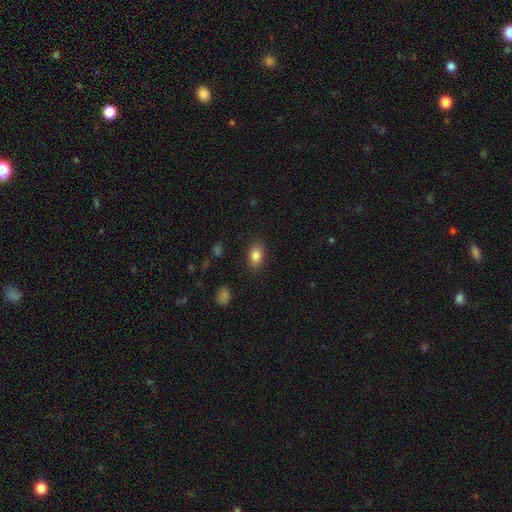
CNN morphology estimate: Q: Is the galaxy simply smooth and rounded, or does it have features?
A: smooth — 85%.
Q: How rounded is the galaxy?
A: in between — 83%.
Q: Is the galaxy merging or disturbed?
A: none — 85%.